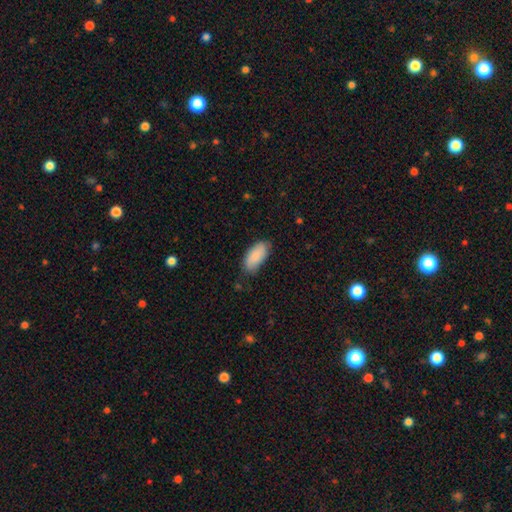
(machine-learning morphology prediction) Smooth or featured? smooth (88%)
How rounded? in between (91%)
Merging? none (75%)